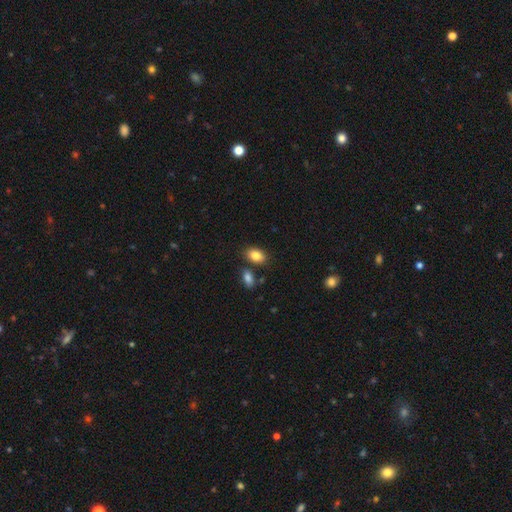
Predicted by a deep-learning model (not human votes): This appears to be a smooth galaxy with no disk features (85%) that is in between round and cigar-shaped (86%). Merging: none (77%).